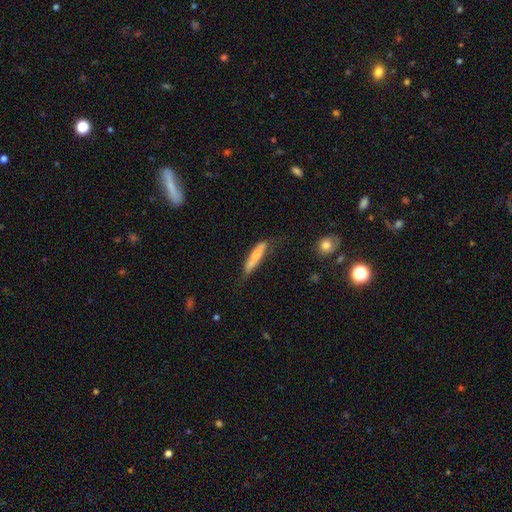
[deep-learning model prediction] Smooth or featured: smooth — 66% (featured or disk — 28%)
How rounded: cigar-shaped — 79% (in between — 19%)
Merging: none — 54% (minor disturbance — 29%)